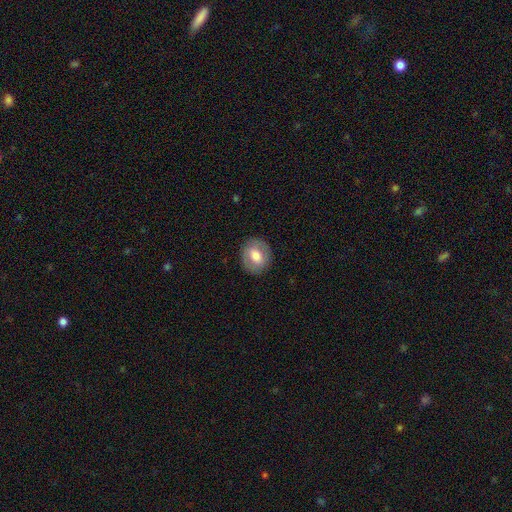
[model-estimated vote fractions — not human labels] smooth-or-featured: smooth: 61% | featured or disk: 32% | star or artifact: 7%
  how-rounded: round: 69% | in between: 30% | cigar-shaped: 1%
  merging: none: 86% | minor disturbance: 10% | major disturbance: 4% | merger: 1%